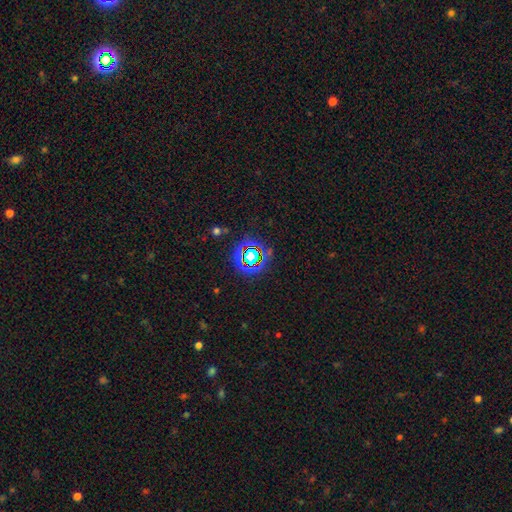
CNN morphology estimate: Overall: star or artifact (68%).